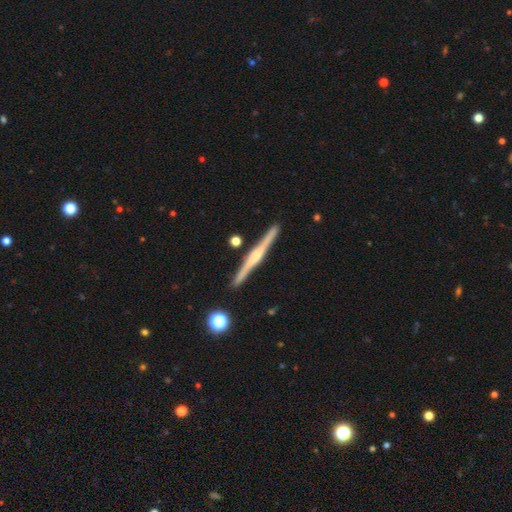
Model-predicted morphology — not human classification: This is likely a featured or disk galaxy (77%). It is clearly viewed edge-on (98%). Edge-on bulge: likely rounded (62%). Merging: clearly none (90%).